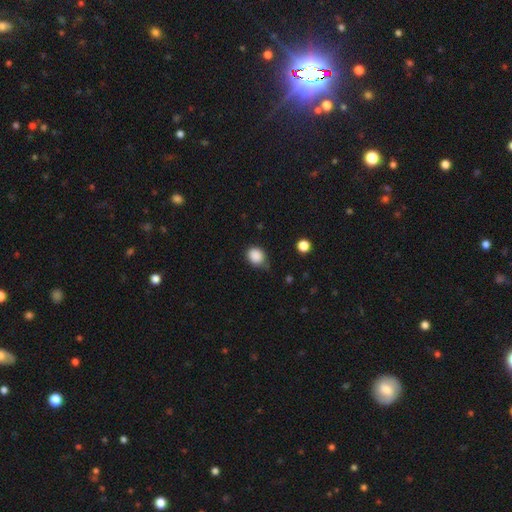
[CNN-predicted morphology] A smooth galaxy with no disk features (87%) that is round (65%). Merging: none (63%).